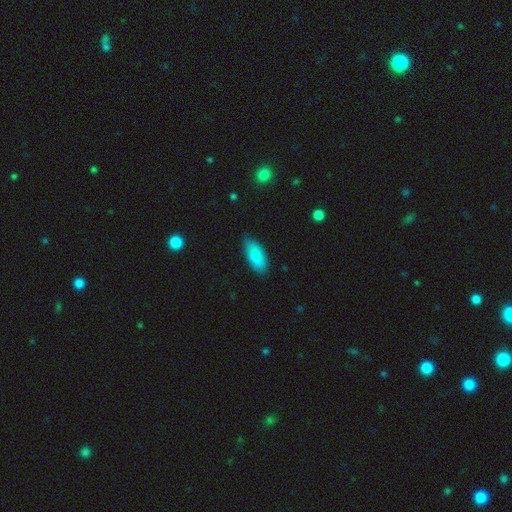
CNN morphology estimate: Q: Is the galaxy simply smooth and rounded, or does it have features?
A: smooth — 85%.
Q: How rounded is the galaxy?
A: in between — 87%.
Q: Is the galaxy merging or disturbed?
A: none — 78%.